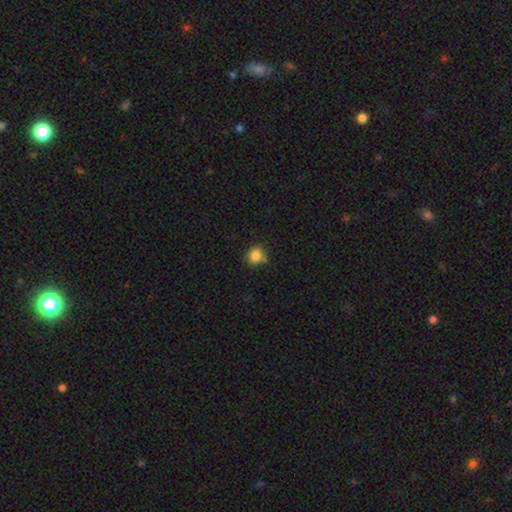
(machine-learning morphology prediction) smooth_or_featured: smooth (p=0.84) [alt: star or artifact p=0.11]
how_rounded: round (p=0.74) [alt: in between p=0.25]
merging: none (p=0.71) [alt: minor disturbance p=0.18]